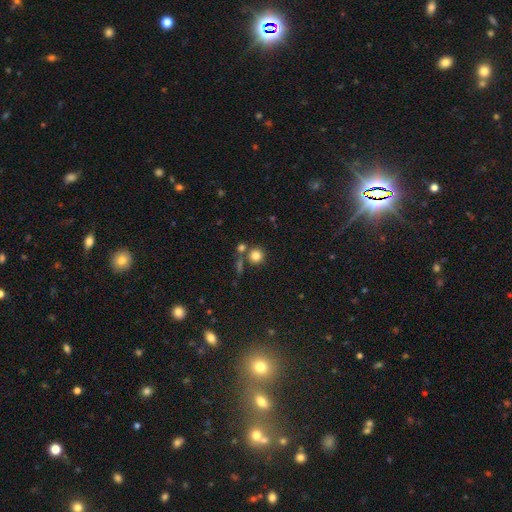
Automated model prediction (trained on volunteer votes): Overall: smooth (80%). How rounded: round (92%). Merging: none (69%).